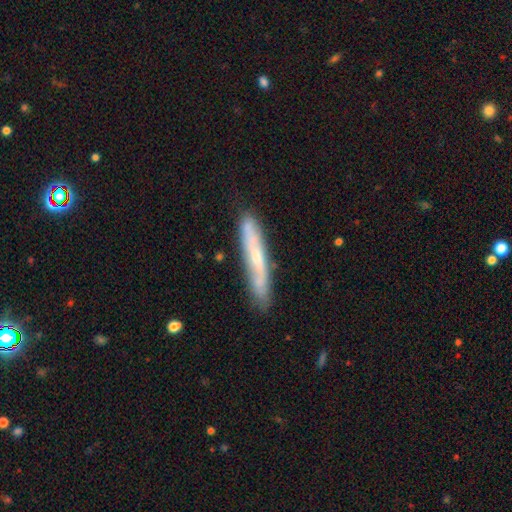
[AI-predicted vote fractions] Morphology: type=featured or disk (58%); edge-on=yes (63%); merging=none (81%).